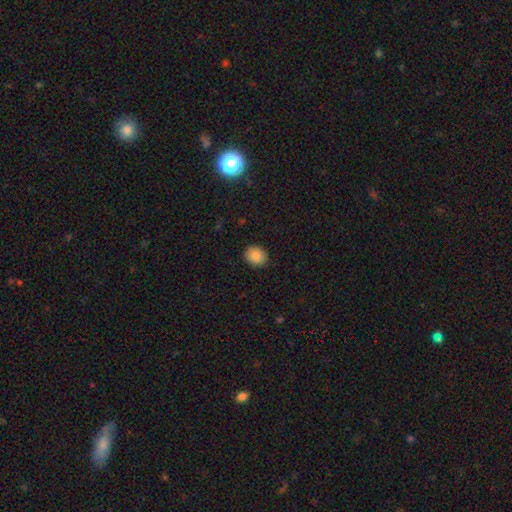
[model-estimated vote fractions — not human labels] smooth_or_featured: smooth (p=0.86) [alt: star or artifact p=0.09]
how_rounded: round (p=0.71) [alt: in between p=0.28]
merging: none (p=0.89) [alt: minor disturbance p=0.08]